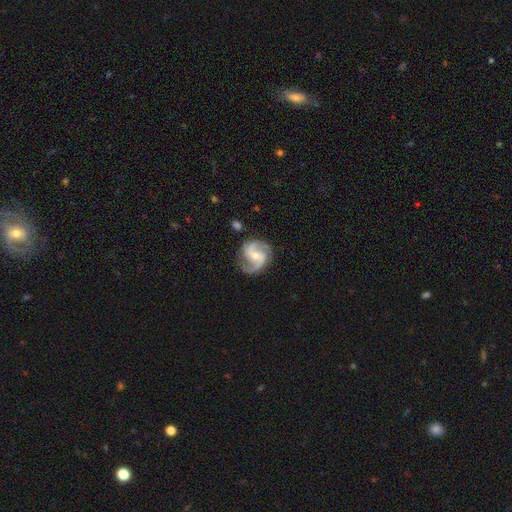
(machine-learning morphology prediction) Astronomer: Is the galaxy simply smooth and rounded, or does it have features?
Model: featured or disk — 91%.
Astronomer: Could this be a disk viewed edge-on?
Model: no — 98%.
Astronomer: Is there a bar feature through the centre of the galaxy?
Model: weak — 42%, tied with no at 42%.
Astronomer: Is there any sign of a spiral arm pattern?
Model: yes — 98%.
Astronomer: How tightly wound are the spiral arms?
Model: medium — 59%.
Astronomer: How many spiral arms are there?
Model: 2 — 79%.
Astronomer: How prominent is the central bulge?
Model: small — 54% (runner-up: moderate, 40%).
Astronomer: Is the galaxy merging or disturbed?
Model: none — 79%.